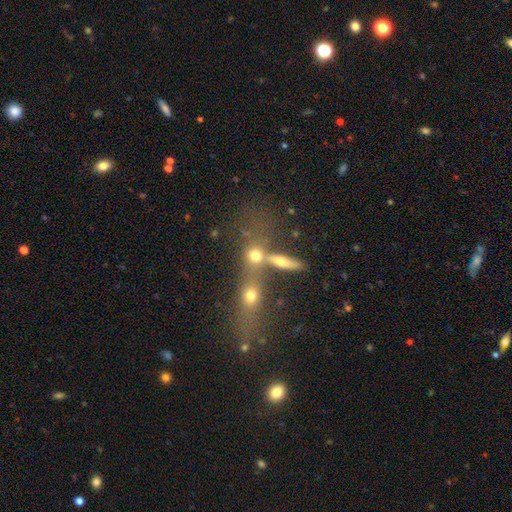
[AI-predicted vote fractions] Smooth or featured?
  - smooth: 69% *
  - featured or disk: 16%
  - star or artifact: 15%
How rounded?
  - round: 59% *
  - in between: 32%
  - cigar-shaped: 9%
Merging?
  - merger: 48% *
  - none: 37%
  - minor disturbance: 8%
  - major disturbance: 7%